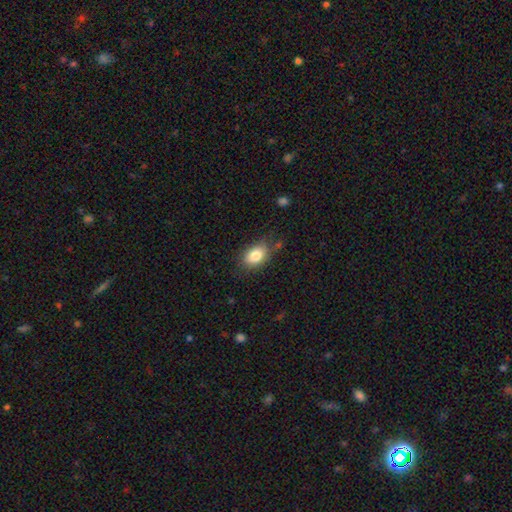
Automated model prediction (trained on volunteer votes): smooth 84%, featured or disk 8%, star or artifact 8%. Down the decision tree: how rounded — in between (83%); merging — none (75%).